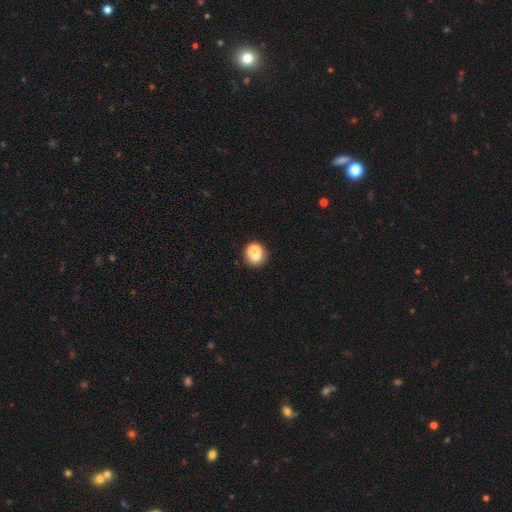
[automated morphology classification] Smooth or featured? Predicted: smooth (p=0.72). How rounded? Predicted: round (p=0.71). Merging? Predicted: none (p=0.56).